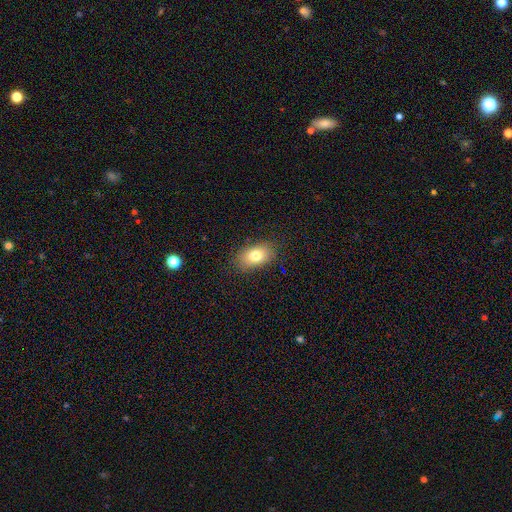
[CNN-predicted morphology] A smooth galaxy with no disk features (79%) that is in between round and cigar-shaped (88%).

Vote fractions:
- Smooth or featured? smooth: 79% / featured or disk: 12% / star or artifact: 9%
- How rounded? in between: 88% / round: 10% / cigar-shaped: 2%
- Merging? none: 85% / minor disturbance: 11% / major disturbance: 3% / merger: 1%